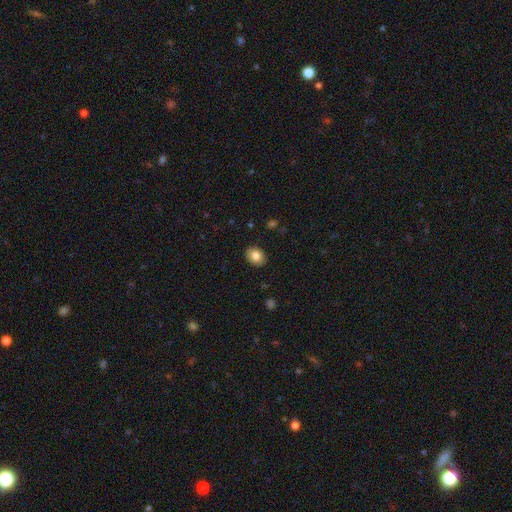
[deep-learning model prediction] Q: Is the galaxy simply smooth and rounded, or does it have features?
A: smooth — 83%.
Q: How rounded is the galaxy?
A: in between — 63%.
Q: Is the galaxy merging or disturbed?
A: none — 89%.